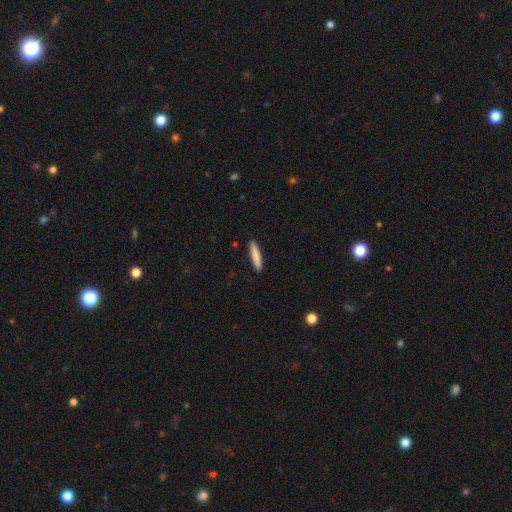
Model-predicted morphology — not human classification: Smooth or featured: smooth — 84% (featured or disk — 10%)
How rounded: cigar-shaped — 89% (in between — 10%)
Merging: none — 91% (minor disturbance — 7%)